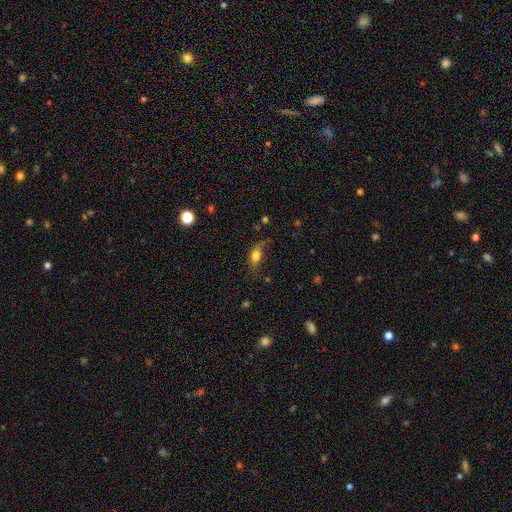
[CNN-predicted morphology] A smooth galaxy with no disk features (71%) that is in between round and cigar-shaped (74%).

Vote fractions:
- Smooth or featured? smooth: 71% / featured or disk: 19% / star or artifact: 10%
- How rounded? in between: 74% / round: 16% / cigar-shaped: 10%
- Merging? none: 44% / minor disturbance: 30% / major disturbance: 22% / merger: 4%